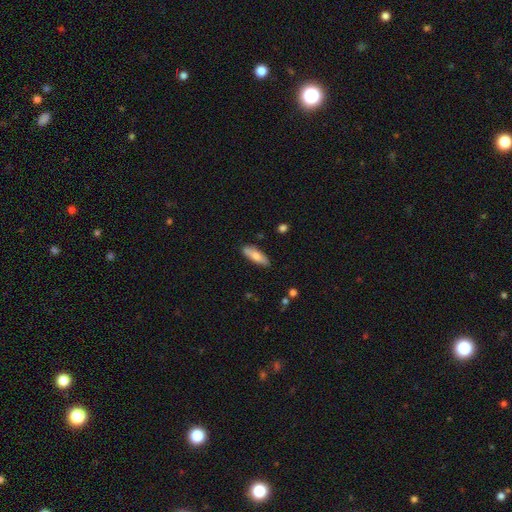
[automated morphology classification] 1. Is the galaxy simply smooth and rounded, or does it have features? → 73% smooth, 21% featured or disk, 6% star or artifact.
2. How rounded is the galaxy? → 55% in between, 43% cigar-shaped, 2% round.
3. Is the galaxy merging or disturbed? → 84% none, 12% minor disturbance, 2% major disturbance, 2% merger.